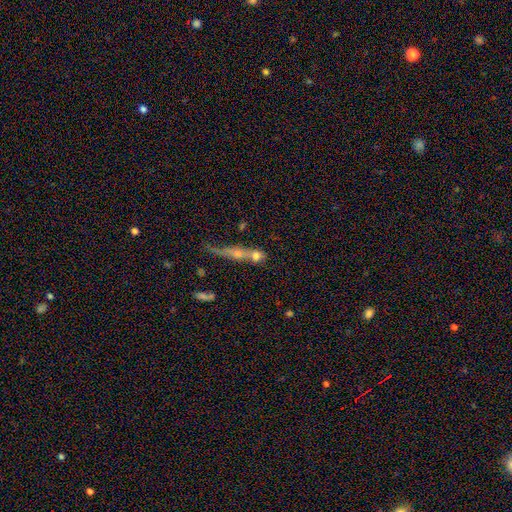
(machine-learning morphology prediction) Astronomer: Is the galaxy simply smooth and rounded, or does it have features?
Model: smooth — 45% (runner-up: featured or disk, 38%).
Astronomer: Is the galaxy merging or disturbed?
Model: merger — 43% (runner-up: none, 34%).